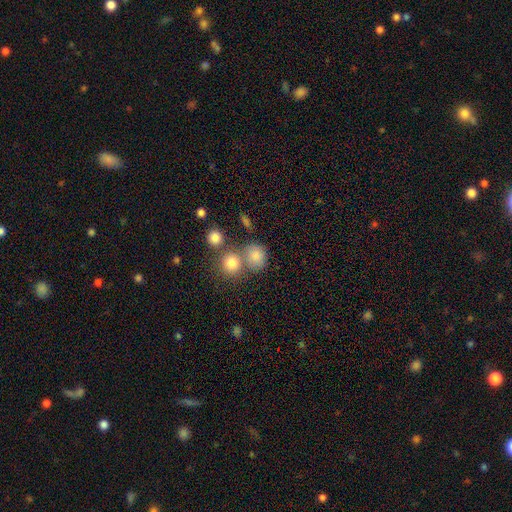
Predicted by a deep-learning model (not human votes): smooth_or_featured: smooth (p=0.81) [alt: star or artifact p=0.12]
how_rounded: round (p=0.74) [alt: in between p=0.25]
merging: none (p=0.52) [alt: merger p=0.33]